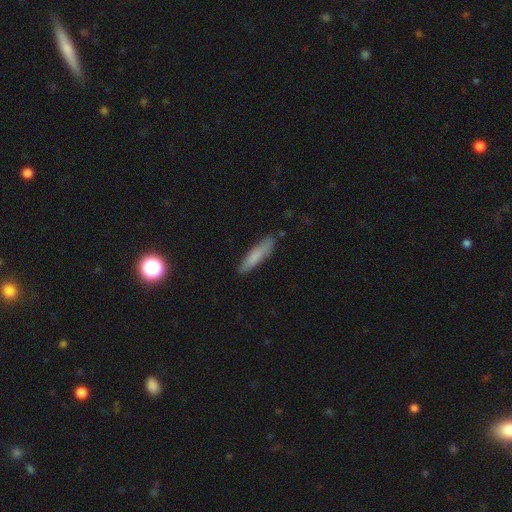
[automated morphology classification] Smooth or featured? Predicted: smooth (p=0.78). How rounded? Predicted: cigar-shaped (p=0.82). Merging? Predicted: none (p=0.83).